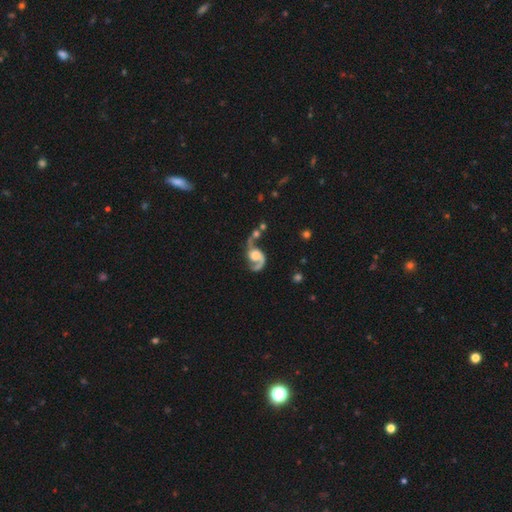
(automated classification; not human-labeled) Smooth or featured: featured or disk — 86% (smooth — 8%)
Edge-on disk: no — 98% (yes — 2%)
Bar: no — 66% (weak — 27%)
Spiral arms: yes — 96% (no — 4%)
Spiral winding: loose — 49% (medium — 40%)
Spiral arm count: 2 — 78% (1 — 18%)
Bulge size: large — 41% (moderate — 28%)
Merging: none — 41% (major disturbance — 21%)